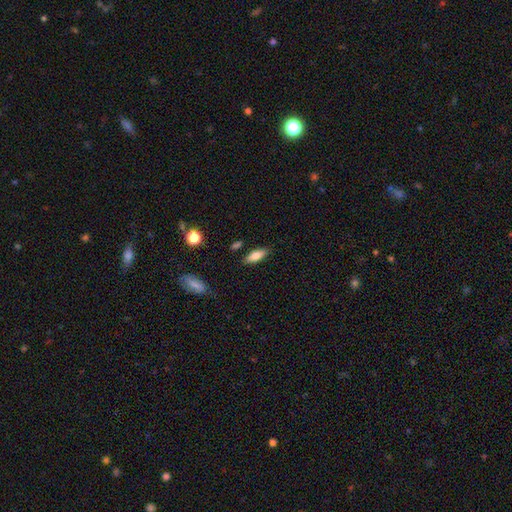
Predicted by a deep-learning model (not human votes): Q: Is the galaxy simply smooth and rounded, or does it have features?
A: smooth — 75%.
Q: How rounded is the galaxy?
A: in between — 68%.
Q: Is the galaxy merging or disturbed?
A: none — 84%.